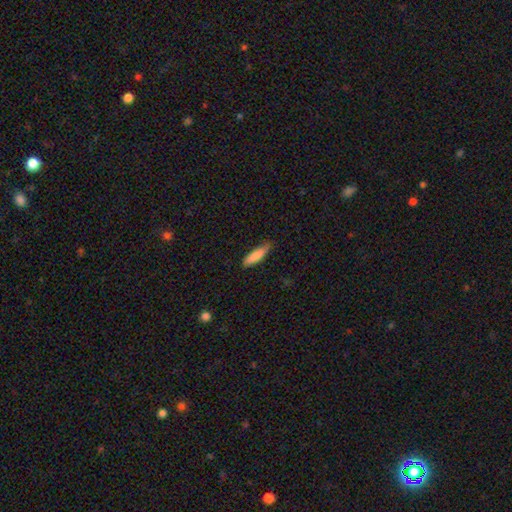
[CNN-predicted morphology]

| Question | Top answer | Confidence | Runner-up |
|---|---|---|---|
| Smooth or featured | smooth | 83% | featured or disk (12%) |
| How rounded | cigar-shaped | 69% | in between (29%) |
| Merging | none | 79% | minor disturbance (17%) |